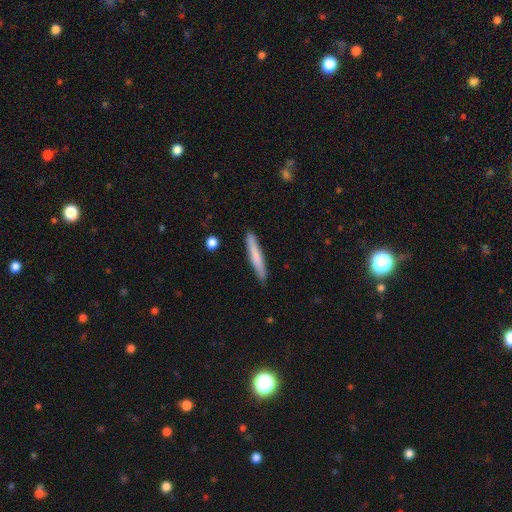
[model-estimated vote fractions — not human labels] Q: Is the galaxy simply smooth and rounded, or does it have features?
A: smooth — 72%.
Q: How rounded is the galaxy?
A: cigar-shaped — 95%.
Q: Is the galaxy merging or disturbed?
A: none — 89%.